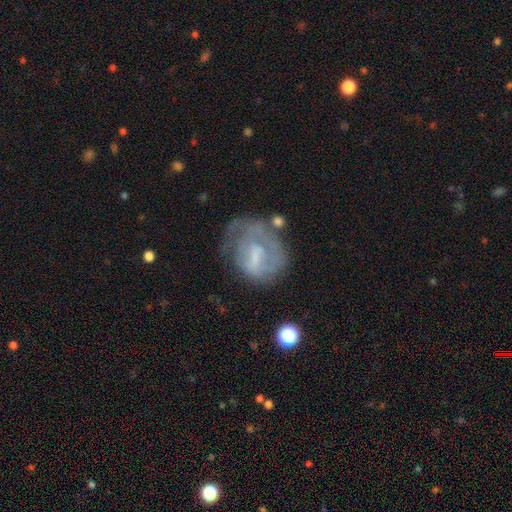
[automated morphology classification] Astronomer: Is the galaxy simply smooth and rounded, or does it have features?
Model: featured or disk — 59%.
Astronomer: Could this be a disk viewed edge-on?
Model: no — 96%.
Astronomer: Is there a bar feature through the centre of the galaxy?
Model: weak — 47% (runner-up: no, 36%).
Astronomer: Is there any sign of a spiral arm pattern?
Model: yes — 55% (runner-up: no, 45%).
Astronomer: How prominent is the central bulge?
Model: none — 35% (runner-up: small, 33%).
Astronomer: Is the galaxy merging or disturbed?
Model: none — 44% (runner-up: major disturbance, 26%).